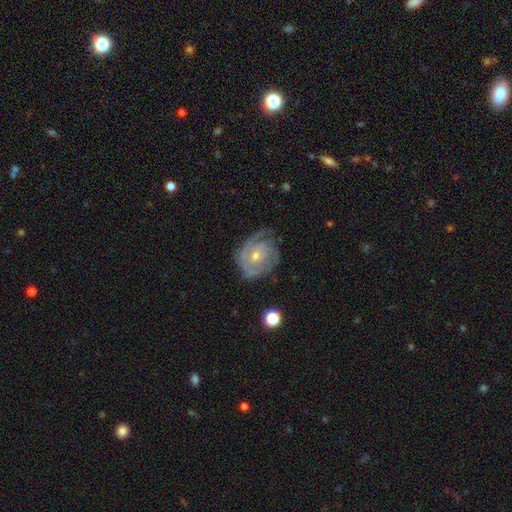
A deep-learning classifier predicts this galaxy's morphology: Smooth or featured?
  - featured or disk: 79% *
  - smooth: 14%
  - star or artifact: 7%
Edge-on disk?
  - no: 97% *
  - yes: 3%
Bar?
  - no: 76% *
  - weak: 20%
  - strong: 4%
Spiral arms?
  - yes: 92% *
  - no: 8%
Spiral winding?
  - tight: 67% *
  - medium: 26%
  - loose: 8%
Spiral arm count?
  - can't tell: 33% *
  - 2: 29%
  - 3: 19%
  - 1: 9%
  - 4: 6%
  - more than 4: 4%
Bulge size?
  - small: 57% *
  - moderate: 40%
  - none: 1%
  - large: 1%
  - dominant: 1%
Merging?
  - none: 66% *
  - minor disturbance: 22%
  - major disturbance: 10%
  - merger: 2%